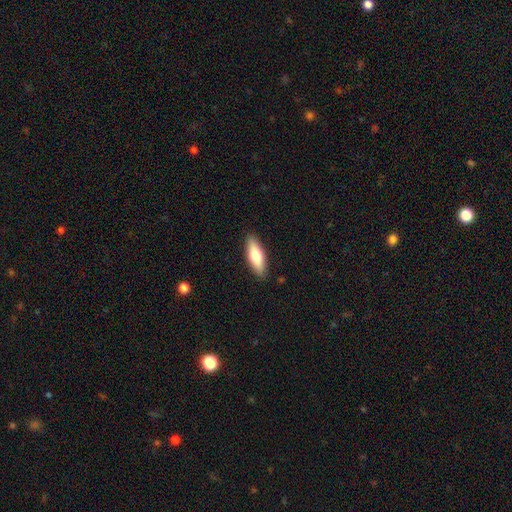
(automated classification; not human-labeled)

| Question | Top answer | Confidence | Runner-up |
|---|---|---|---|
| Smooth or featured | smooth | 71% | featured or disk (24%) |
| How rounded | in between | 57% | cigar-shaped (41%) |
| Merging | none | 89% | minor disturbance (8%) |